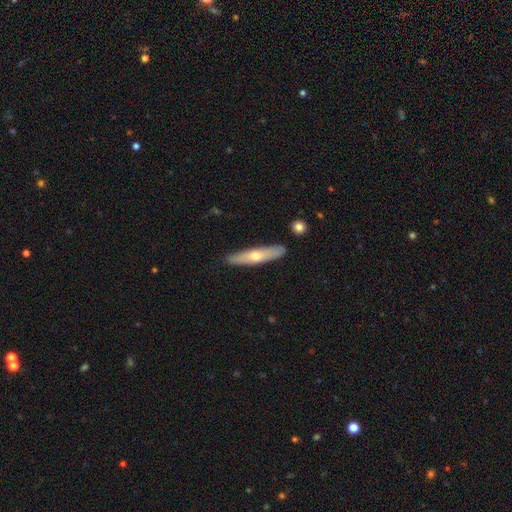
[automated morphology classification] Smooth or featured?
  - smooth: 50% *
  - featured or disk: 45%
  - star or artifact: 6%
Merging?
  - none: 87% *
  - minor disturbance: 9%
  - merger: 2%
  - major disturbance: 2%